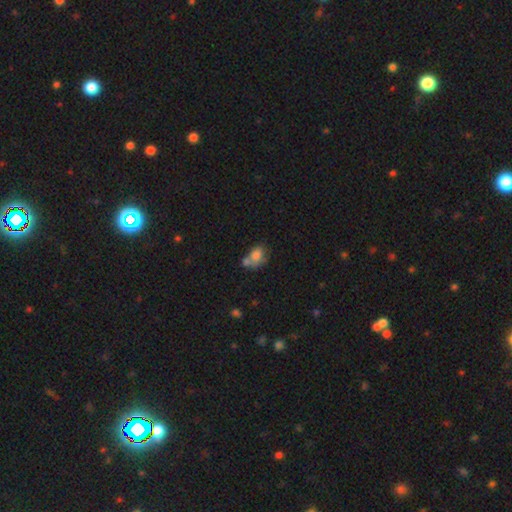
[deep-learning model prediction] This appears to be a smooth galaxy with no disk features (75%) that is in between round and cigar-shaped (71%). Merging: merger (46%).